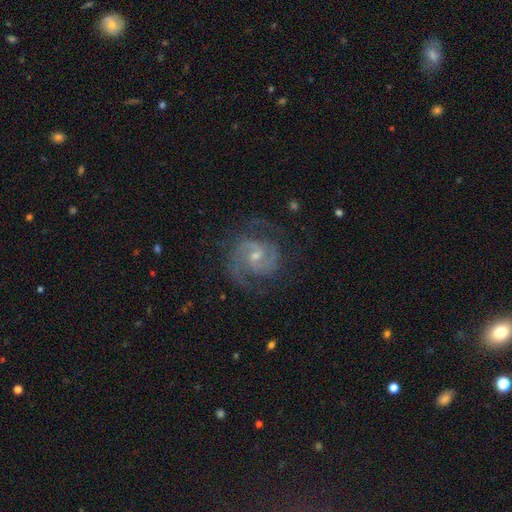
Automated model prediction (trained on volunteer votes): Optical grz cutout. It shows a featured or disk galaxy (90%) with no bar (46%), 2 (75%) medium (51%) spiral arms (97%) and a small central bulge (62%). Merging: none (72%).